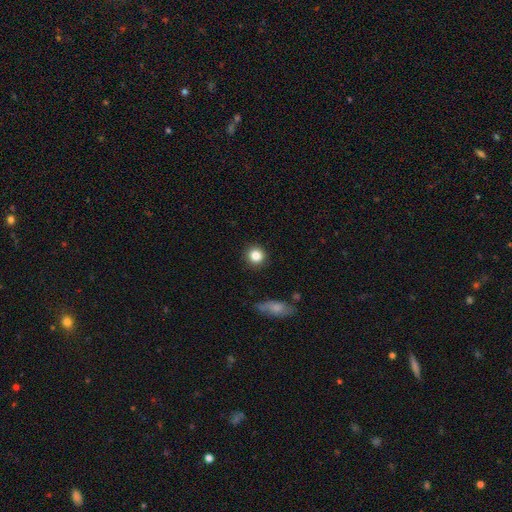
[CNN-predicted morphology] Overall: smooth (84%). How rounded: round (91%). Merging: none (90%).